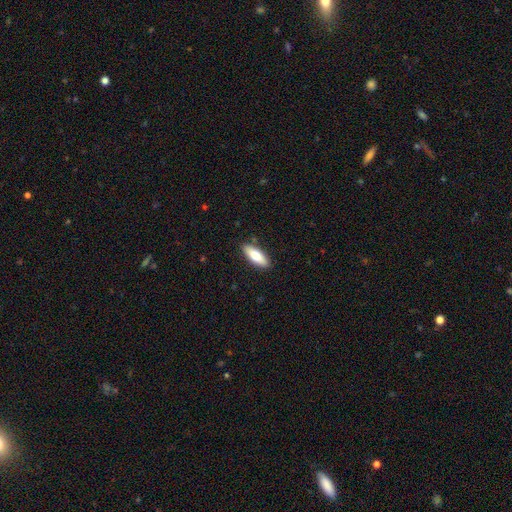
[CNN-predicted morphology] Smooth or featured?
  - smooth: 74% *
  - featured or disk: 20%
  - star or artifact: 6%
How rounded?
  - in between: 65% *
  - cigar-shaped: 33%
  - round: 2%
Merging?
  - none: 88% *
  - minor disturbance: 9%
  - major disturbance: 2%
  - merger: 1%